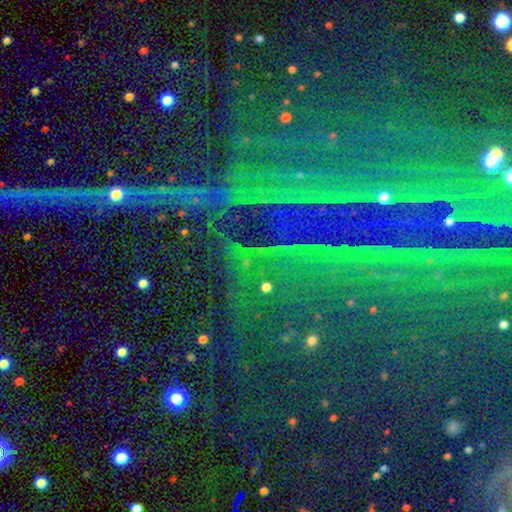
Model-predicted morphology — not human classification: This appears to be a star or artifact, not a galaxy (87%).